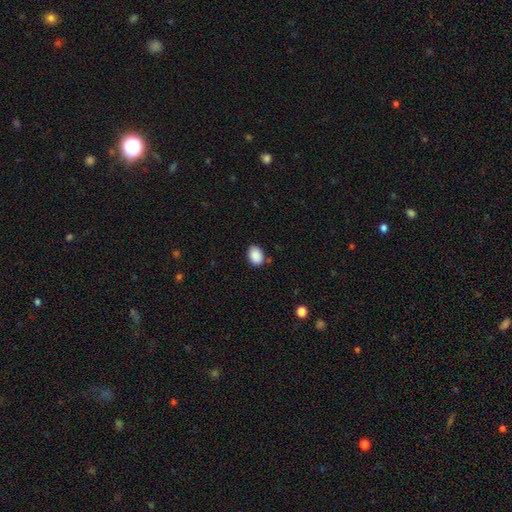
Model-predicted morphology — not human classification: Smooth or featured? smooth (90%)
How rounded? in between (74%)
Merging? none (82%)